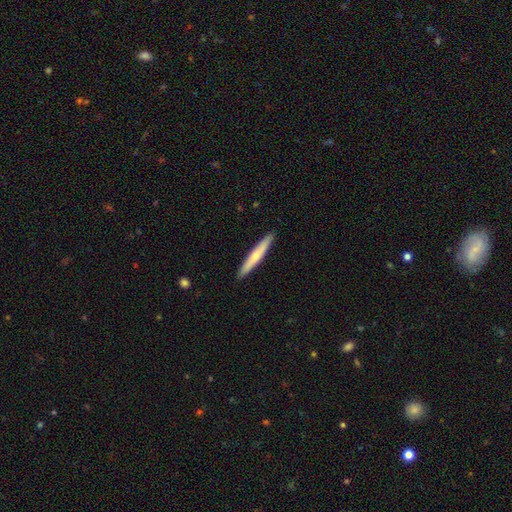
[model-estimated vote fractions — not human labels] This is possibly a smooth galaxy (55%). How rounded: clearly cigar-shaped (95%). Merging: clearly none (92%).